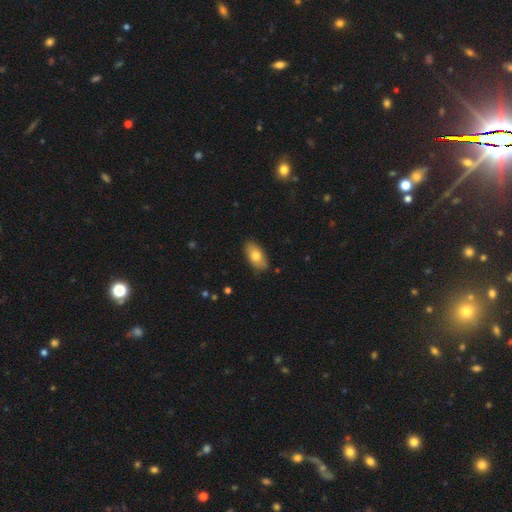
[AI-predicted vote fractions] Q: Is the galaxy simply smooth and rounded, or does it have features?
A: smooth — 76%.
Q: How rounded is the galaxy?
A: in between — 91%.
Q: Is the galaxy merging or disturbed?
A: none — 85%.